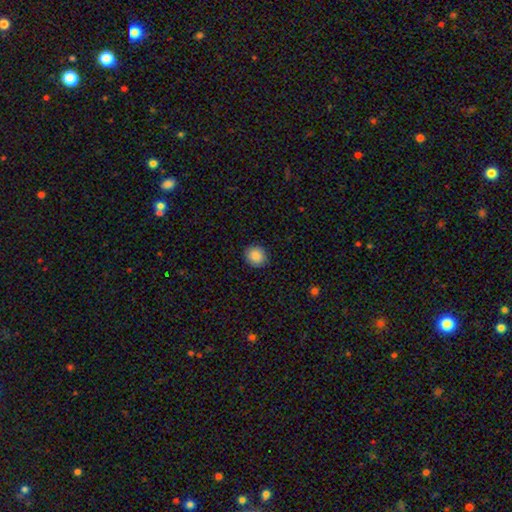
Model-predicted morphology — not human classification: smooth-or-featured: smooth: 88% | star or artifact: 8% | featured or disk: 3%
  how-rounded: round: 88% | in between: 11% | cigar-shaped: 1%
  merging: none: 91% | minor disturbance: 7% | major disturbance: 2% | merger: 1%